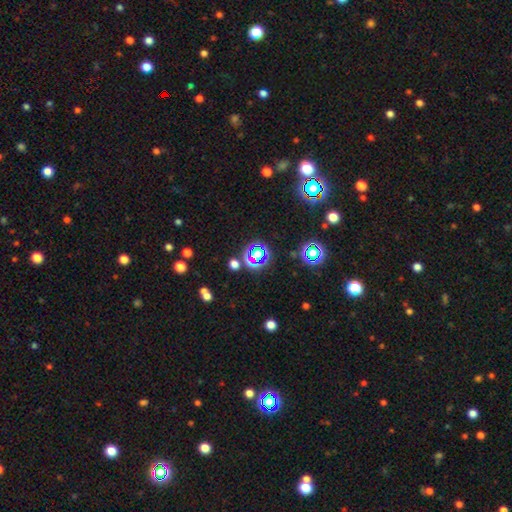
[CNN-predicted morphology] Overall: star or artifact (59%; smooth 30%).